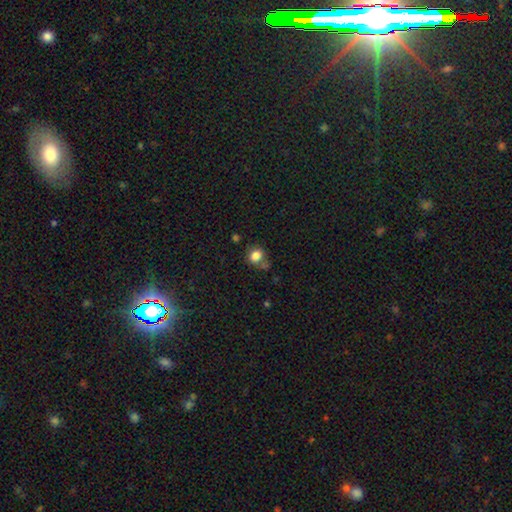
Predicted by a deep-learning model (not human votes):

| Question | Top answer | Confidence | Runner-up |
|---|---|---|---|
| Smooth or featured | smooth | 82% | star or artifact (11%) |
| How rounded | round | 68% | in between (31%) |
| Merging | none | 64% | minor disturbance (18%) |